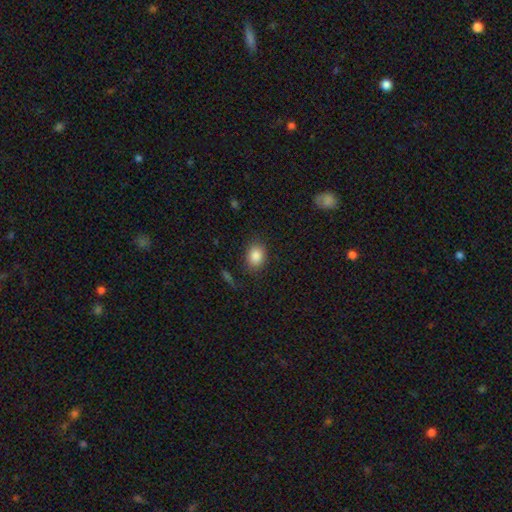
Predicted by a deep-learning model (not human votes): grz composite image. It shows a smooth galaxy with no disk features (86%) that is in between round and cigar-shaped (66%). Merging: none (81%).